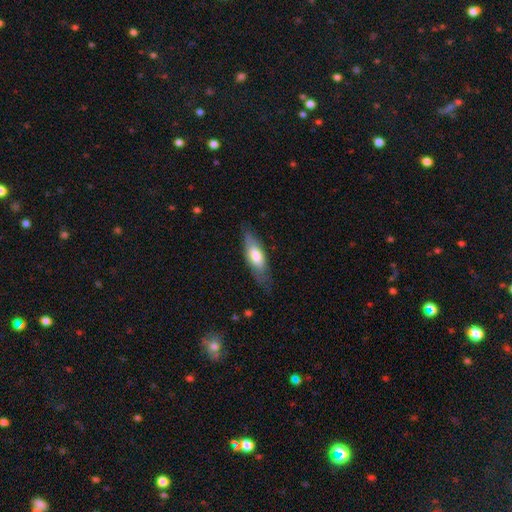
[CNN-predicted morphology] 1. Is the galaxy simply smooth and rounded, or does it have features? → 64% smooth, 31% featured or disk, 6% star or artifact.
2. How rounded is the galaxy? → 62% in between, 36% cigar-shaped, 2% round.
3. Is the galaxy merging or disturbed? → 71% none, 22% minor disturbance, 6% major disturbance, 1% merger.